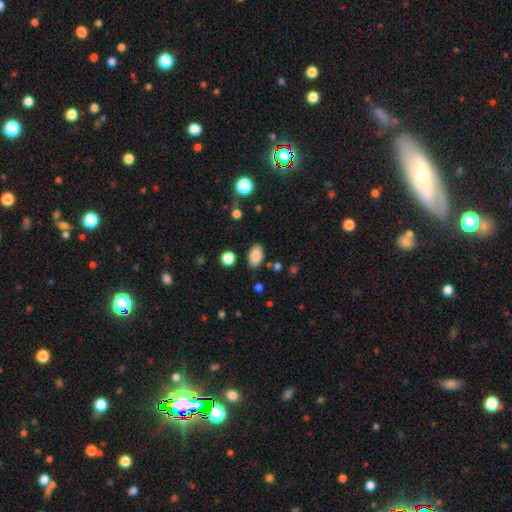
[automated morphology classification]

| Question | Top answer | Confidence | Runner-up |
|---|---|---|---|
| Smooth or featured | smooth | 86% | star or artifact (9%) |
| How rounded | in between | 92% | round (6%) |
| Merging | none | 84% | minor disturbance (11%) |